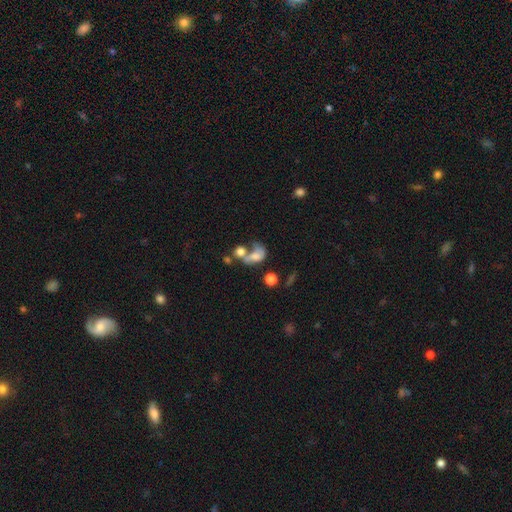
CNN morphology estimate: smooth 58%, featured or disk 29%, star or artifact 14%. Down the decision tree: how rounded — in between (67%); merging — merger (50%).